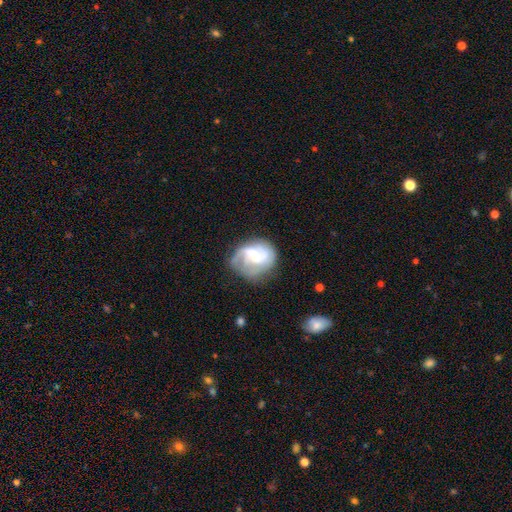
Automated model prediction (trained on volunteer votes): featured or disk 71%, smooth 23%, star or artifact 7%. Down the decision tree: edge-on disk — no (98%); bar — no (47%); spiral arms — yes (88%); spiral arm count — 2 (42%); spiral winding — medium (43%); bulge size — moderate (41%); merging — none (53%).